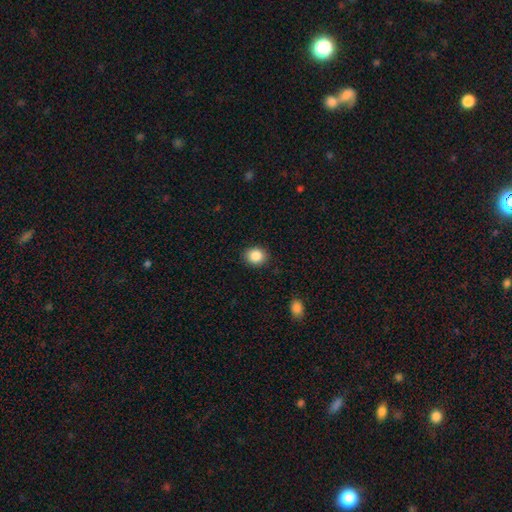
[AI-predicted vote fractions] The model was most divided on "how rounded": round: 63%, in between: 36%, cigar-shaped: 1%. More confident: merging — none (89%); smooth or featured — smooth (87%).